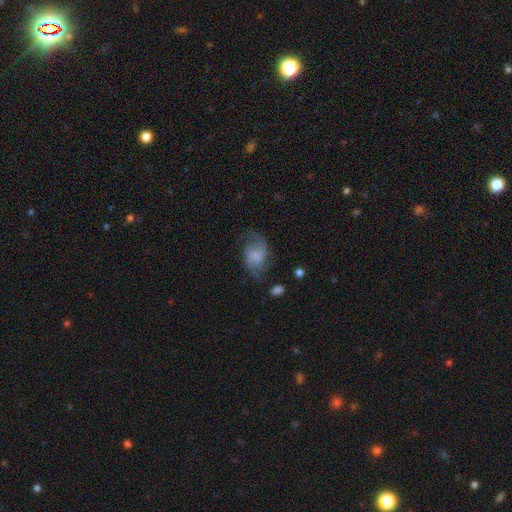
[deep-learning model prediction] This appears to be a featured or disk galaxy (59%) with no bar (55%), spiral arms (87%) and a small central bulge (36%, tied with none). Merging: none (55%).